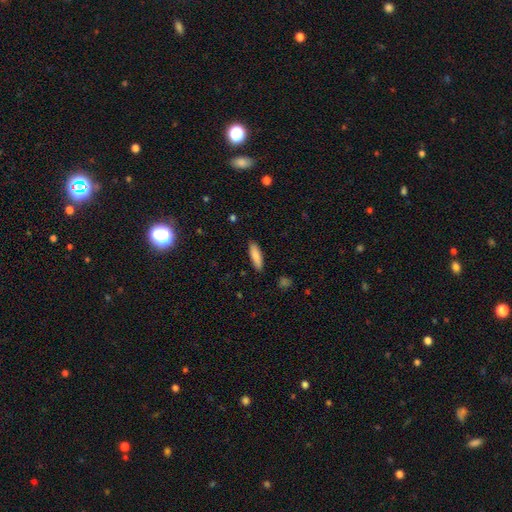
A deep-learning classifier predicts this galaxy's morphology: smooth-or-featured: smooth: 86% | featured or disk: 8% | star or artifact: 6%
  how-rounded: cigar-shaped: 59% | in between: 39% | round: 1%
  merging: none: 88% | minor disturbance: 9% | major disturbance: 2% | merger: 1%